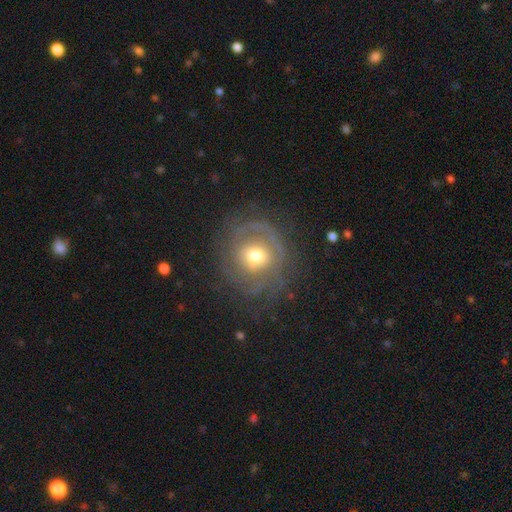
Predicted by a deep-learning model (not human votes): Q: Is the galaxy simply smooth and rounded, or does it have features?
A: featured or disk — 64%.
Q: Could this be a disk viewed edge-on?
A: no — 96%.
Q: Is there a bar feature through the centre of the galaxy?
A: no — 69%.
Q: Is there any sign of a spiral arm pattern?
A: yes — 69%.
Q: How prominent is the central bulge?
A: moderate — 68%.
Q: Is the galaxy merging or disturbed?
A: none — 63%.